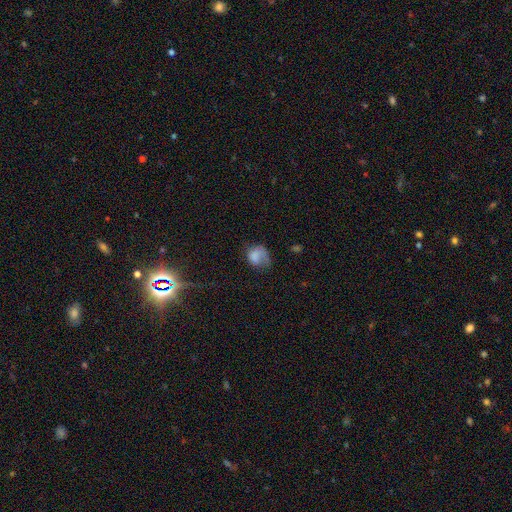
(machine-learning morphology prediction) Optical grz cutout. It shows a smooth galaxy with no disk features (63%) that is round (52%). Merging: major disturbance (36%).